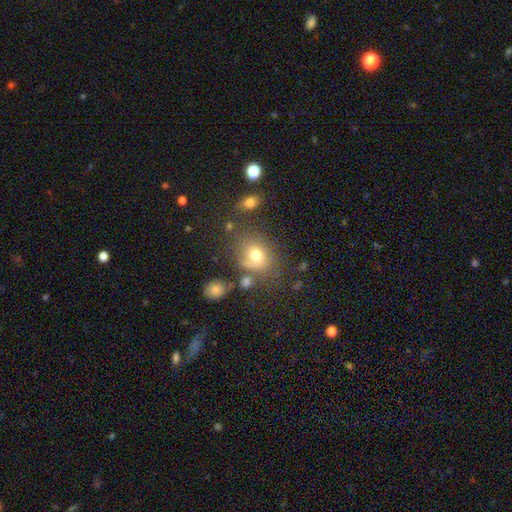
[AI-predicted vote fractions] A smooth galaxy with no disk features (72%) that is round (63%). Merging: none (62%).